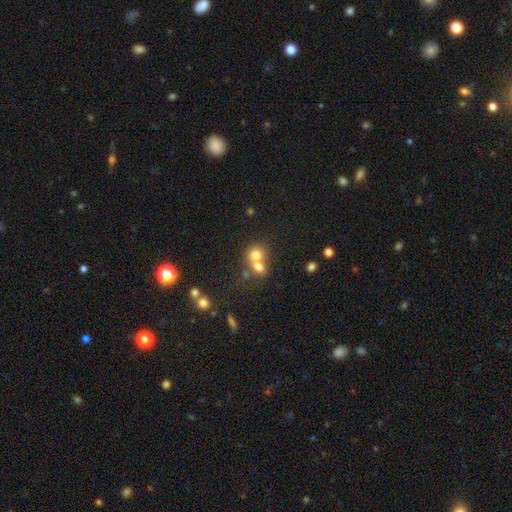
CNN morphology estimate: This appears to be a smooth galaxy with no disk features (73%) that is round (74%). Merging: merger (61%).